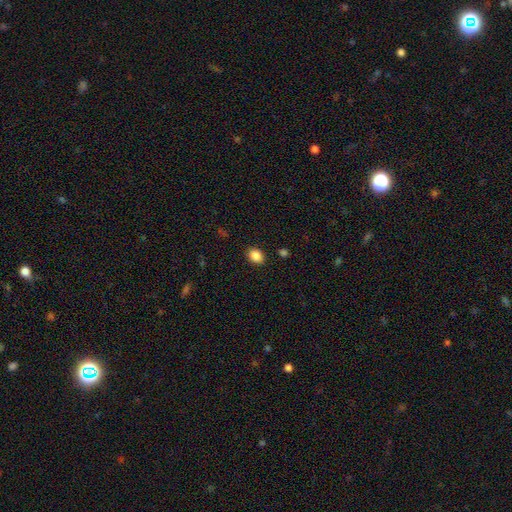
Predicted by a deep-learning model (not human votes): Smooth or featured: smooth — 87% (star or artifact — 9%)
How rounded: in between — 68% (round — 31%)
Merging: none — 88% (minor disturbance — 8%)